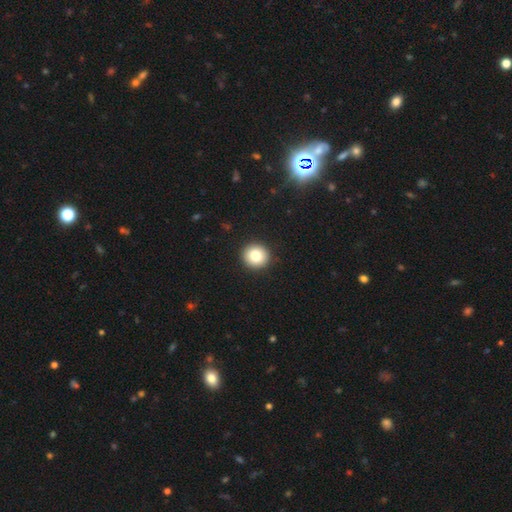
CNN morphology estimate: smooth-or-featured: smooth: 82% | star or artifact: 9% | featured or disk: 9%
  how-rounded: round: 94% | in between: 5% | cigar-shaped: 1%
  merging: none: 93% | minor disturbance: 4% | major disturbance: 2% | merger: 1%